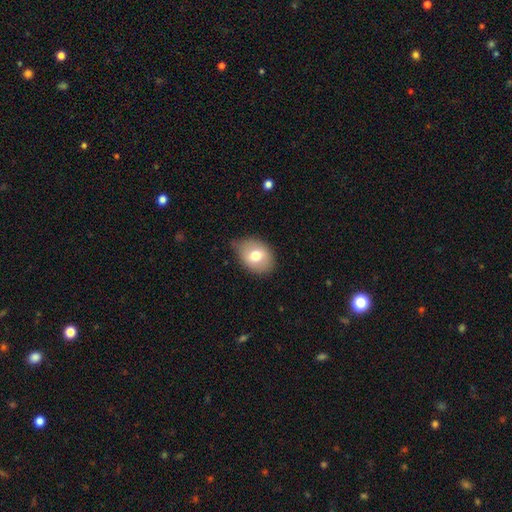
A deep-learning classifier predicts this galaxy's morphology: smooth_or_featured: smooth (p=0.73) [alt: featured or disk p=0.19]
how_rounded: in between (p=0.67) [alt: round p=0.32]
merging: none (p=0.67) [alt: minor disturbance p=0.26]